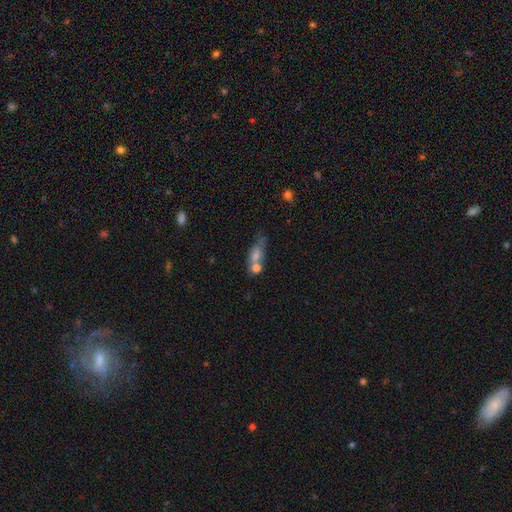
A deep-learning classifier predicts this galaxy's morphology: type=smooth (61%); roundness=in between (58%); merging=merger (38%).